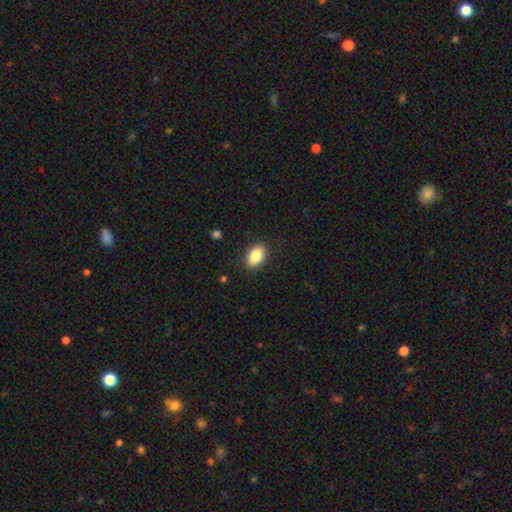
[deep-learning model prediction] This appears to be a smooth galaxy with no disk features (86%) that is in between round and cigar-shaped (90%). Merging: none (88%).